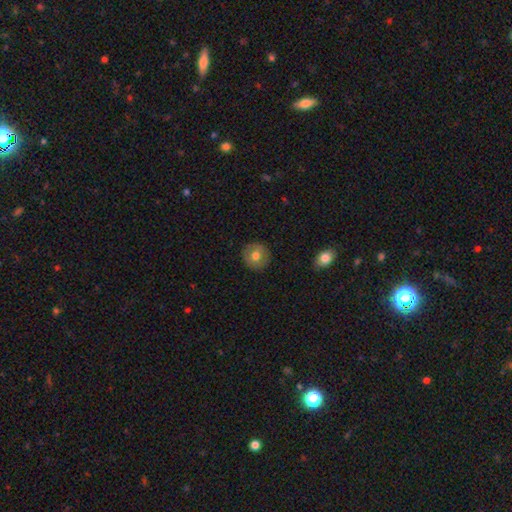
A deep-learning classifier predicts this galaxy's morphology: type=smooth (72%); roundness=round (93%); merging=none (91%).